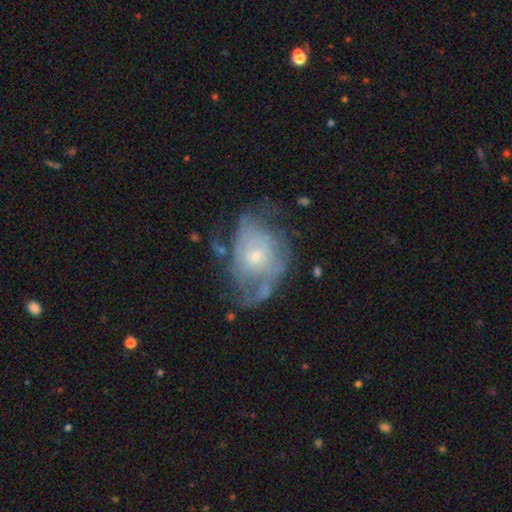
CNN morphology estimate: Q: Smooth or featured?
A: featured or disk (71%); runner-up: smooth (21%)
Q: Edge-on disk?
A: no (97%); runner-up: yes (3%)
Q: Bar?
A: no (77%); runner-up: weak (20%)
Q: Spiral arms?
A: yes (69%); runner-up: no (31%)
Q: Bulge size?
A: small (61%); runner-up: moderate (34%)
Q: Merging?
A: none (42%); runner-up: major disturbance (27%)